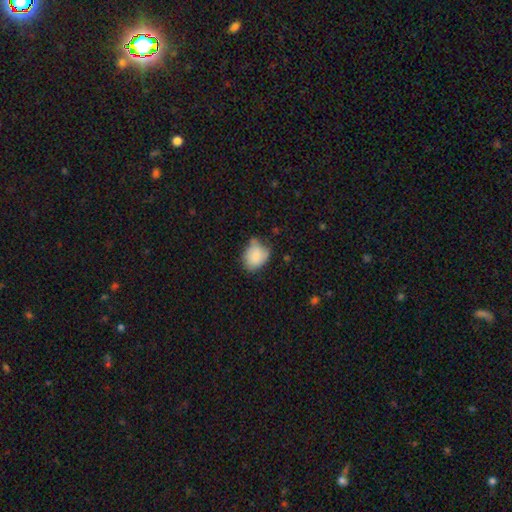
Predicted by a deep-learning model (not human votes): Smooth or featured: smooth — 79% (featured or disk — 13%)
How rounded: in between — 54% (round — 45%)
Merging: none — 44% (minor disturbance — 41%)